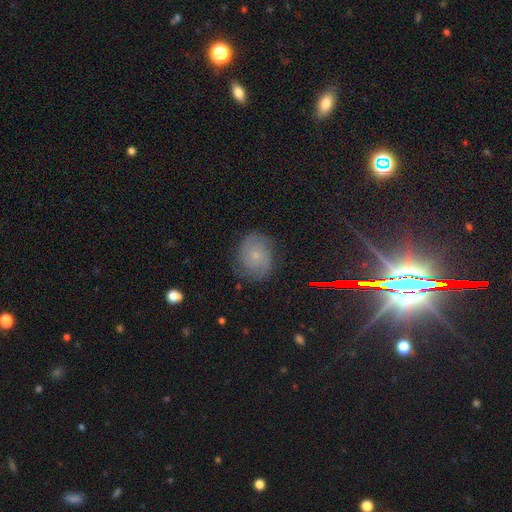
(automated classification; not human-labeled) Smooth or featured: featured or disk — 55% (smooth — 32%)
Edge-on disk: no — 97% (yes — 3%)
Bar: no — 80% (weak — 17%)
Spiral arms: yes — 89% (no — 11%)
Bulge size: small — 78% (moderate — 14%)
Merging: none — 75% (minor disturbance — 18%)